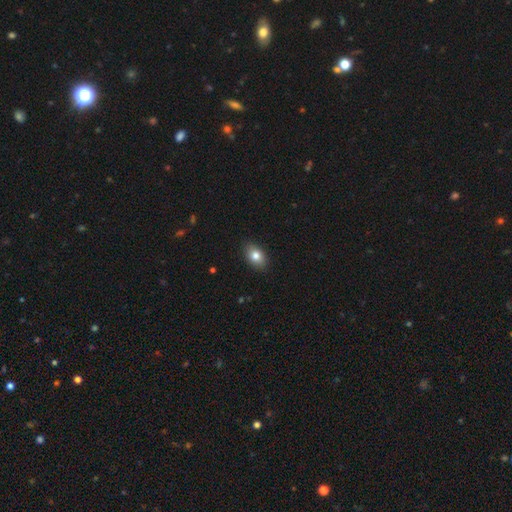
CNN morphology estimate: Smooth or featured?
  - smooth: 81% *
  - featured or disk: 10%
  - star or artifact: 9%
How rounded?
  - in between: 83% *
  - round: 16%
  - cigar-shaped: 1%
Merging?
  - none: 88% *
  - minor disturbance: 9%
  - major disturbance: 2%
  - merger: 1%